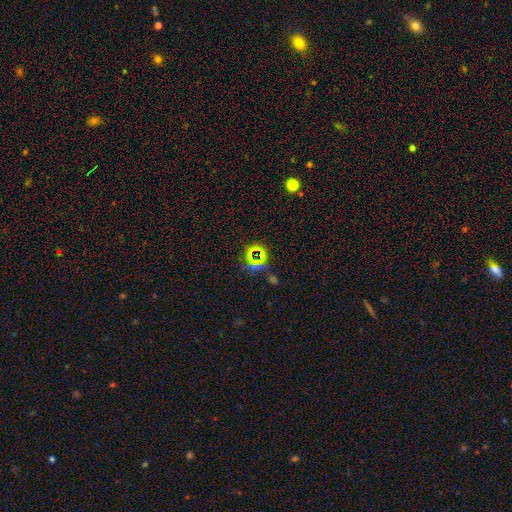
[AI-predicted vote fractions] smooth-or-featured: star or artifact: 72% | smooth: 19% | featured or disk: 9%